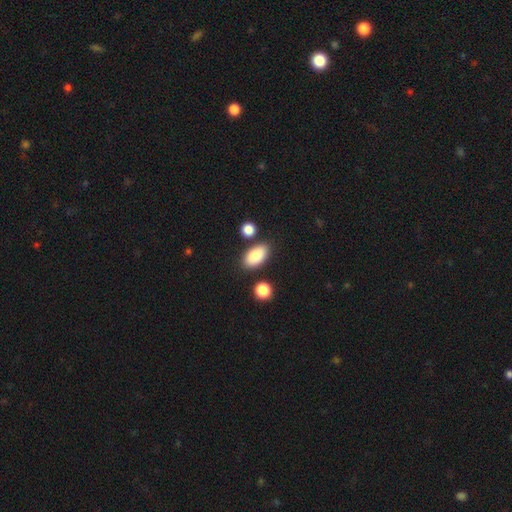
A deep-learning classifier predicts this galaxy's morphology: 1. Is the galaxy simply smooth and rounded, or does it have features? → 86% smooth, 7% star or artifact, 7% featured or disk.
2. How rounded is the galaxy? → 92% in between, 5% round, 3% cigar-shaped.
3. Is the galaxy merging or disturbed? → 80% none, 10% minor disturbance, 7% merger, 3% major disturbance.